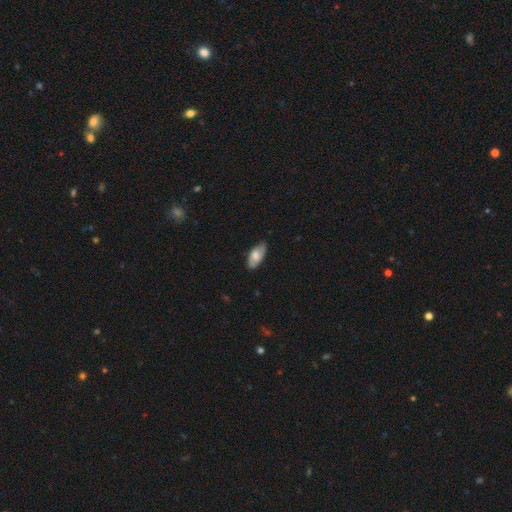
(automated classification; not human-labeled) Morphology: type=smooth (69%); roundness=in between (89%); merging=none (80%).